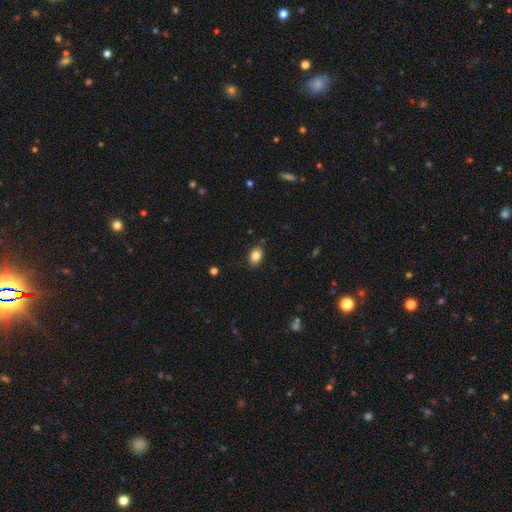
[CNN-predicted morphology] A smooth galaxy with no disk features (85%) that is in between round and cigar-shaped (81%).

Vote fractions:
- Smooth or featured? smooth: 85% / star or artifact: 9% / featured or disk: 6%
- How rounded? in between: 81% / round: 18% / cigar-shaped: 1%
- Merging? none: 84% / minor disturbance: 12% / major disturbance: 3% / merger: 2%